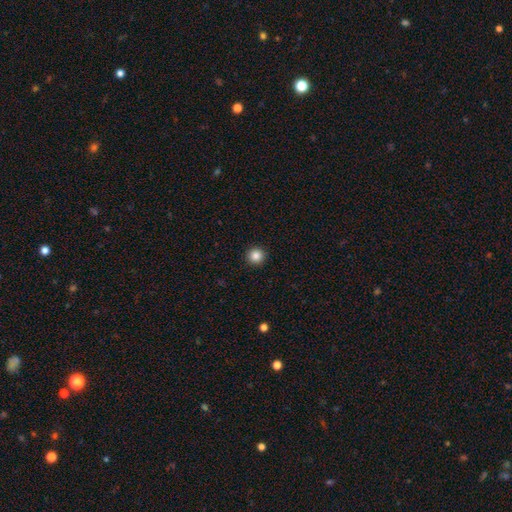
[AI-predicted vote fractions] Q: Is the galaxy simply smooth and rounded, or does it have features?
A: smooth — 86%.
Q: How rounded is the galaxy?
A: round — 95%.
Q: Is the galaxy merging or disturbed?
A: none — 94%.